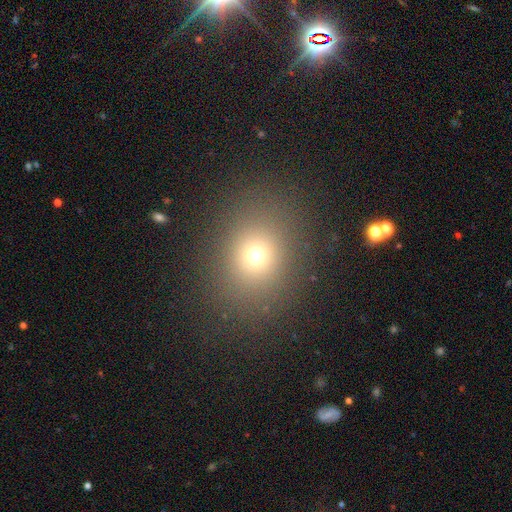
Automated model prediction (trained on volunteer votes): This appears to be a smooth galaxy with no disk features (69%) that is round (66%). Merging: none (86%).